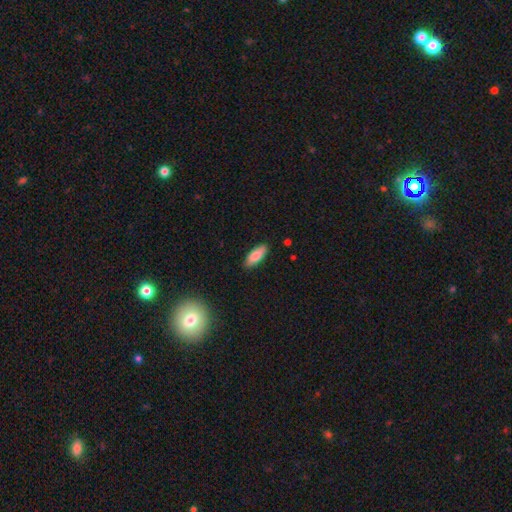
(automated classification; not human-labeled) A smooth galaxy with no disk features (81%) that is in between round and cigar-shaped (70%).

Vote fractions:
- Smooth or featured? smooth: 81% / featured or disk: 13% / star or artifact: 6%
- How rounded? in between: 70% / cigar-shaped: 28% / round: 2%
- Merging? none: 86% / minor disturbance: 11% / major disturbance: 2% / merger: 1%